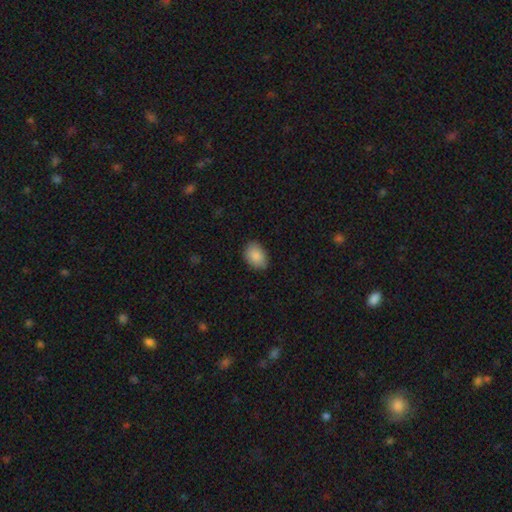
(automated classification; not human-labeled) The model was most divided on "how rounded": in between: 80%, round: 19%, cigar-shaped: 1%. More confident: smooth or featured — smooth (89%); merging — none (84%).